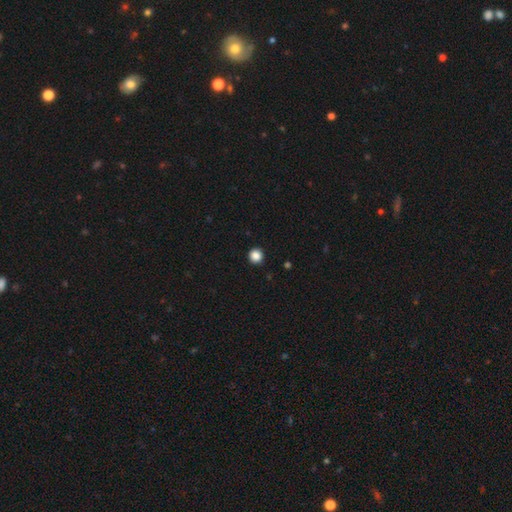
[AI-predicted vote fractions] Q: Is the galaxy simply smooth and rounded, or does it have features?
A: smooth — 86%.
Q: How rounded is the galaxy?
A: round — 95%.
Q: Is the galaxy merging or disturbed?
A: none — 94%.